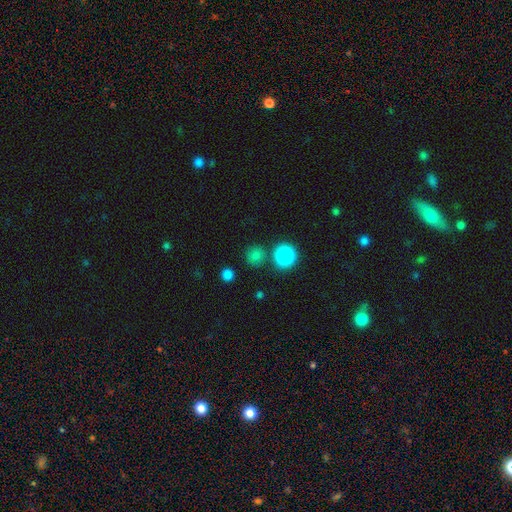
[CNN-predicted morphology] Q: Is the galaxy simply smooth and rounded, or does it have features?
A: smooth — 76%.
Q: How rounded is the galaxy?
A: round — 90%.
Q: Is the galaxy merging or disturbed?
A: none — 79%.